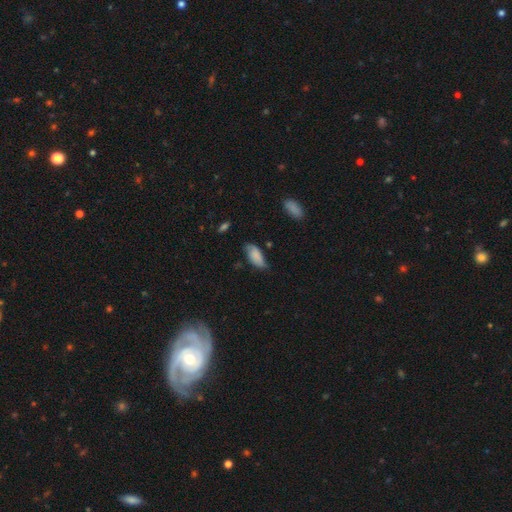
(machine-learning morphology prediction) Smooth or featured?
  - smooth: 74% *
  - featured or disk: 18%
  - star or artifact: 8%
How rounded?
  - in between: 89% *
  - cigar-shaped: 9%
  - round: 2%
Merging?
  - none: 55% *
  - minor disturbance: 34%
  - major disturbance: 8%
  - merger: 2%